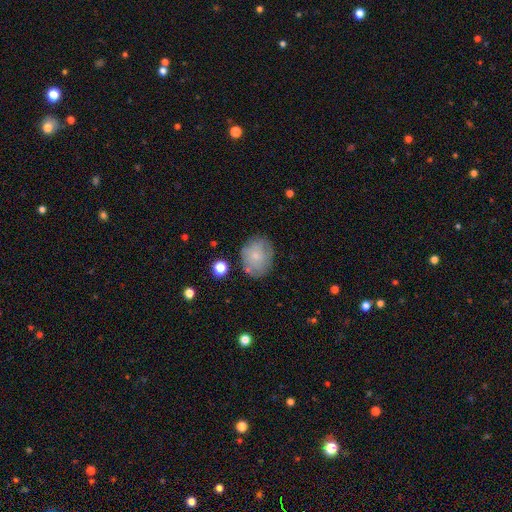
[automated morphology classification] A smooth galaxy with no disk features (71%) that is round (59%). Merging: none (71%).